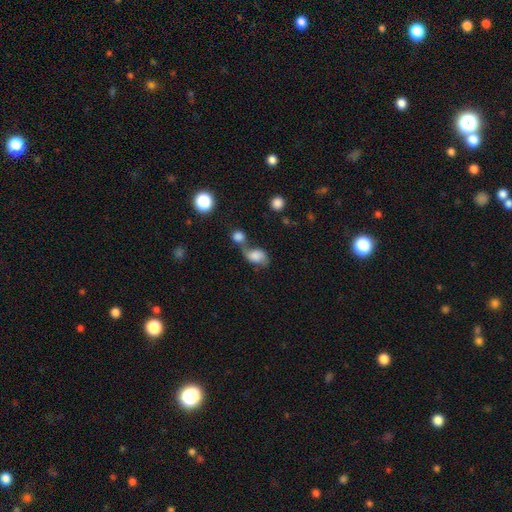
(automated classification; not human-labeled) Overall: smooth (63%; featured or disk 26%). How rounded: in between (73%). Merging: merger (54%; none 22%).